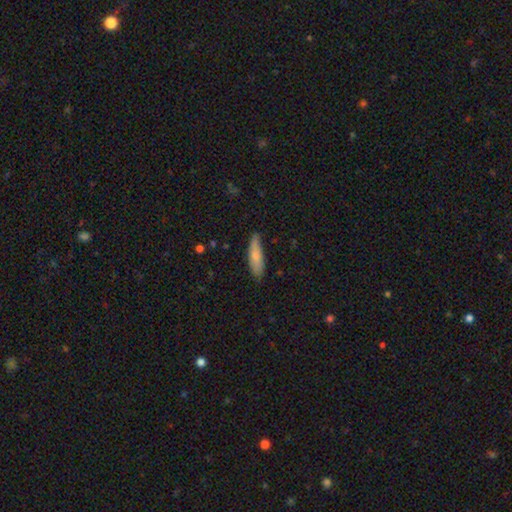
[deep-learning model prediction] Morphology: type=smooth (73%); roundness=cigar-shaped (65%); merging=none (79%).